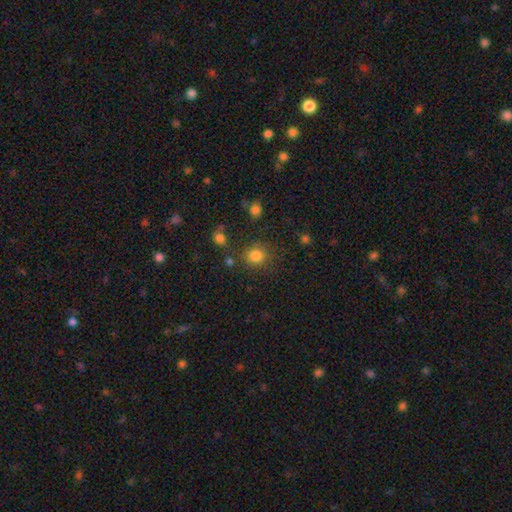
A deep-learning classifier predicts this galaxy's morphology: Q: Smooth or featured?
A: smooth (81%); runner-up: star or artifact (14%)
Q: How rounded?
A: round (87%); runner-up: in between (12%)
Q: Merging?
A: none (78%); runner-up: minor disturbance (10%)